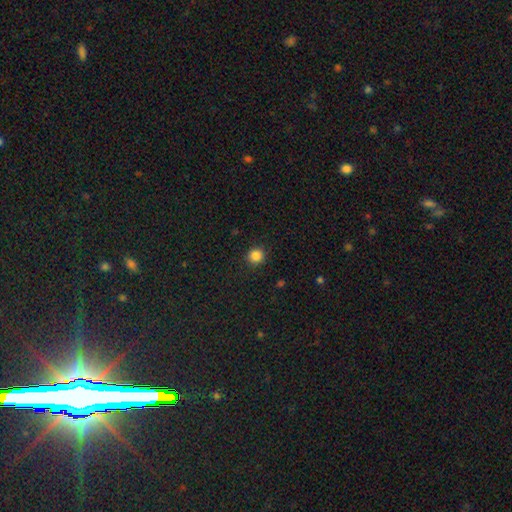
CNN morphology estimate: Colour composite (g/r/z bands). It shows a smooth galaxy with no disk features (86%) that is round (91%). Merging: none (91%).